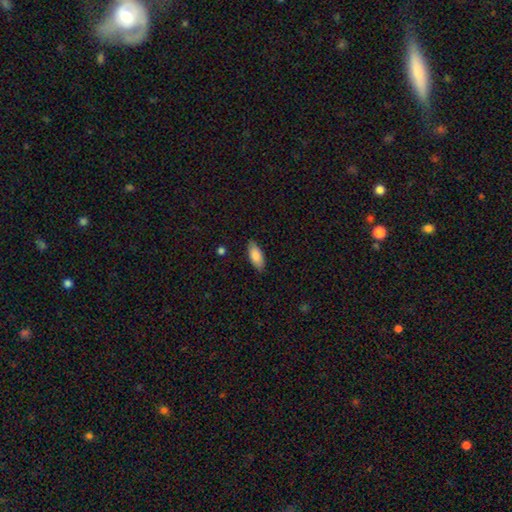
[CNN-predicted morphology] Smooth or featured: smooth — 85% (featured or disk — 9%)
How rounded: in between — 83% (cigar-shaped — 15%)
Merging: none — 85% (minor disturbance — 12%)